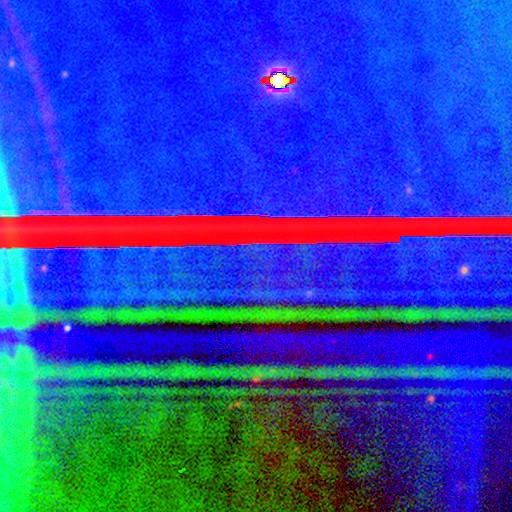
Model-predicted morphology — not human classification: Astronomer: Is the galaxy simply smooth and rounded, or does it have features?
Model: star or artifact — 87%.